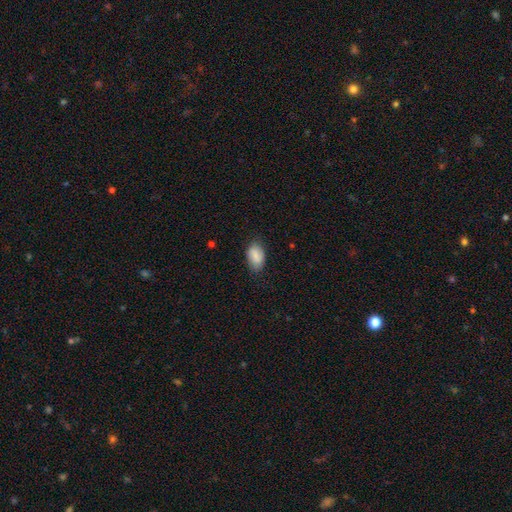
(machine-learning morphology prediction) A smooth galaxy with no disk features (86%) that is in between round and cigar-shaped (91%).

Vote fractions:
- Smooth or featured? smooth: 86% / featured or disk: 7% / star or artifact: 7%
- How rounded? in between: 91% / round: 7% / cigar-shaped: 2%
- Merging? none: 74% / minor disturbance: 20% / major disturbance: 4% / merger: 1%